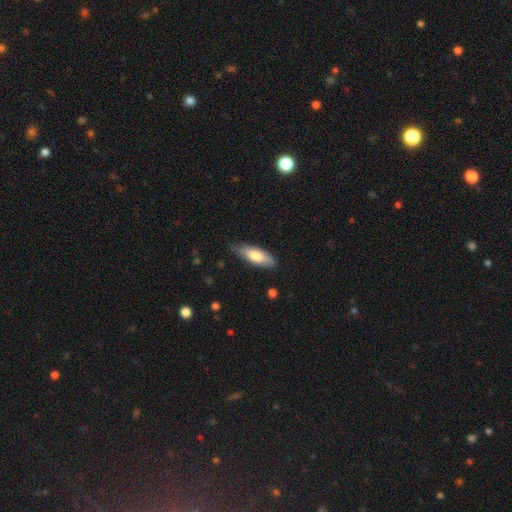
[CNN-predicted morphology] A smooth galaxy with no disk features (75%) that is in between round and cigar-shaped (62%). Merging: none (74%).